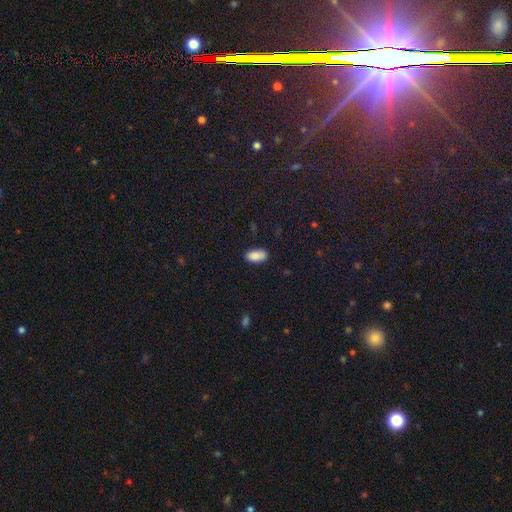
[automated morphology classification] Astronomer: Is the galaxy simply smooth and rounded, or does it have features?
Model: smooth — 88%.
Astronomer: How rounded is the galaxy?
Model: in between — 92%.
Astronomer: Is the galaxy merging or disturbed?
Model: none — 85%.